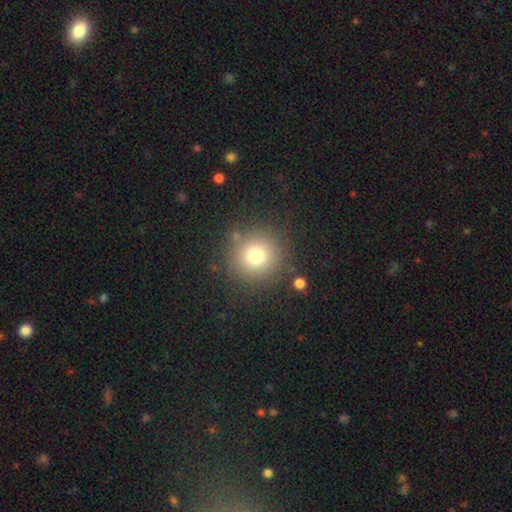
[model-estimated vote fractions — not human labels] Smooth or featured: smooth — 76% (star or artifact — 14%)
How rounded: round — 94% (in between — 5%)
Merging: none — 85% (minor disturbance — 8%)